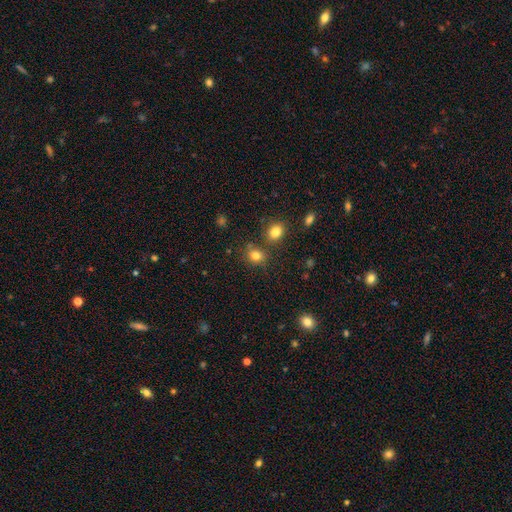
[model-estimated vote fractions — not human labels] Smooth or featured? smooth (80%)
How rounded? round (66%)
Merging? none (71%)